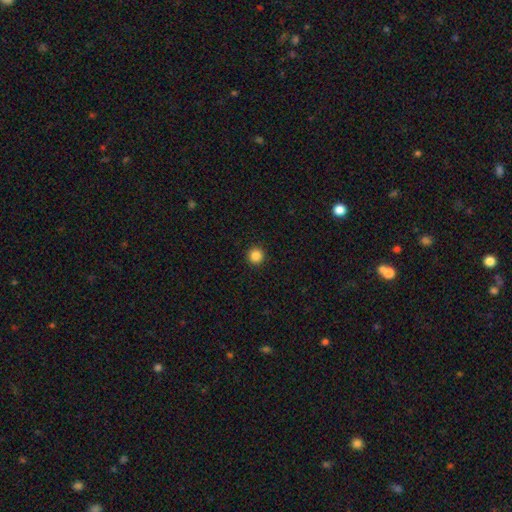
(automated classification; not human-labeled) Smooth or featured? smooth (86%)
How rounded? round (96%)
Merging? none (94%)